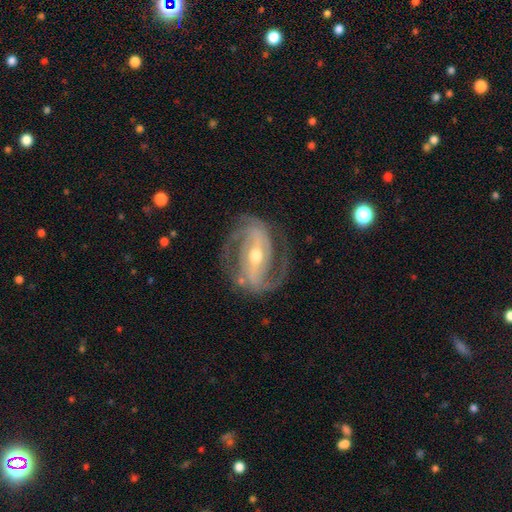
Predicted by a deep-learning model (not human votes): This appears to be a featured or disk galaxy (89%) with a strong bar (59%), 2 (83%) medium (48%) spiral arms (95%) and a small central bulge (52%). Merging: none (76%).